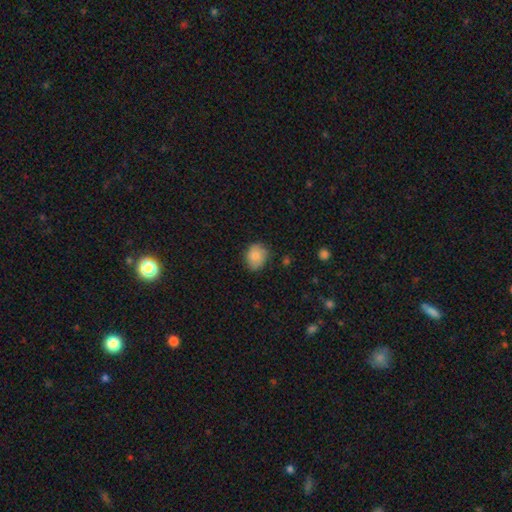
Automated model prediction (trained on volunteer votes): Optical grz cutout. It shows a smooth galaxy with no disk features (83%) that is round (59%). Merging: none (73%).